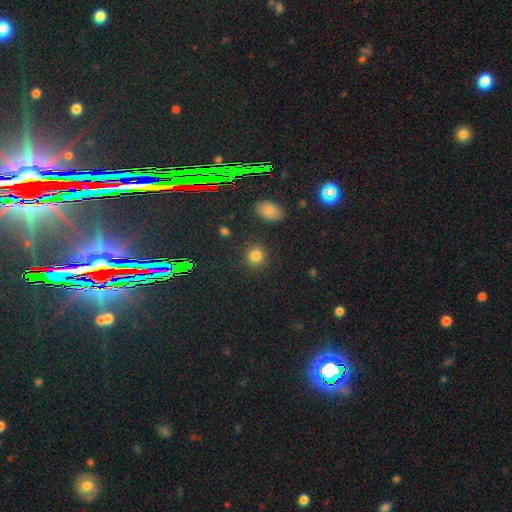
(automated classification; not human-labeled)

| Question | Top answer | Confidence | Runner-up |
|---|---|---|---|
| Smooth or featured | smooth | 81% | star or artifact (14%) |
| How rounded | round | 88% | in between (11%) |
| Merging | none | 88% | minor disturbance (7%) |